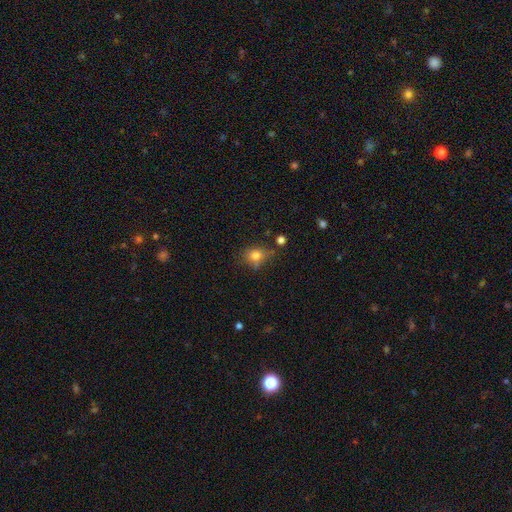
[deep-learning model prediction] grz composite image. It shows a smooth galaxy with no disk features (77%) that is round (59%). Merging: none (61%).